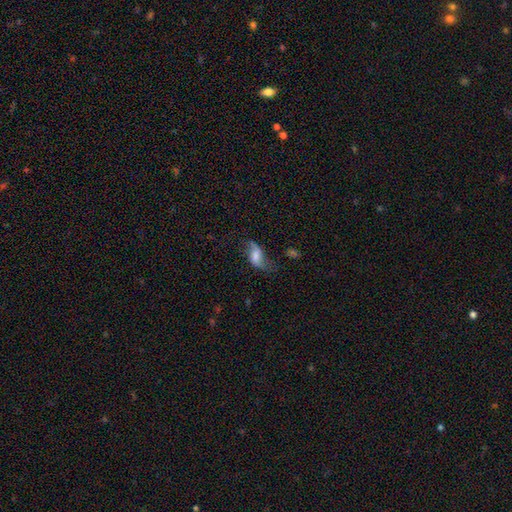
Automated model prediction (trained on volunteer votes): Smooth or featured? featured or disk (49%)
Merging? none (50%)